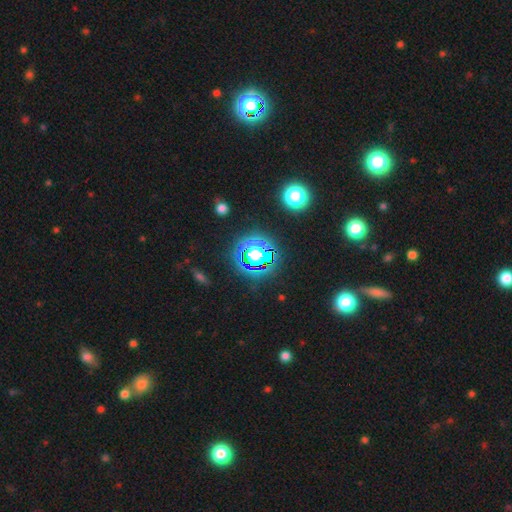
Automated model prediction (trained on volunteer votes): Smooth or featured: star or artifact — 63% (smooth — 24%)